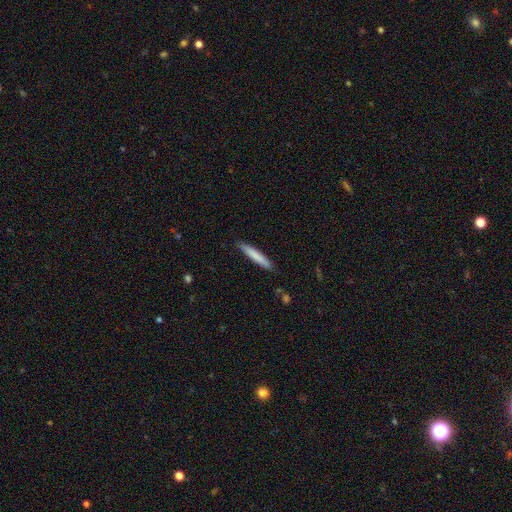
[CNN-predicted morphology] type=smooth (79%); roundness=cigar-shaped (93%); merging=none (87%).